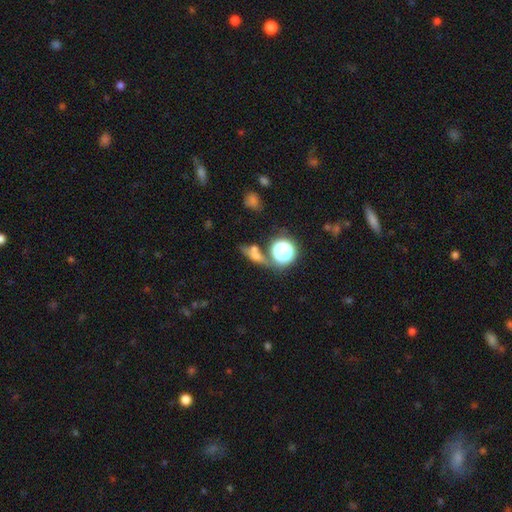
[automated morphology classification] smooth-or-featured: smooth: 53% | star or artifact: 27% | featured or disk: 20%
  how-rounded: round: 37% | in between: 35% | cigar-shaped: 27%
  merging: none: 55% | merger: 22% | minor disturbance: 15% | major disturbance: 9%